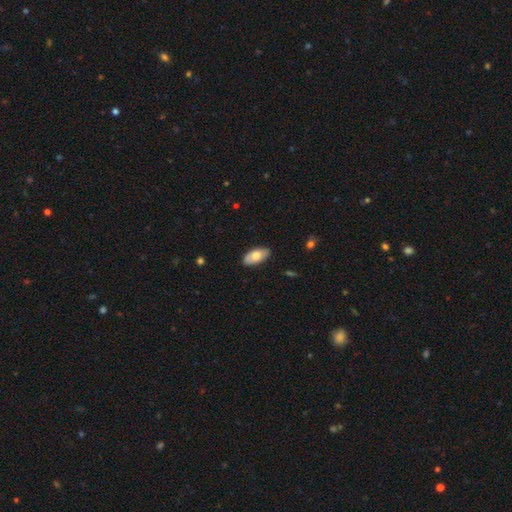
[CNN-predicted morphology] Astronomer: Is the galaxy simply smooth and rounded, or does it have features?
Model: smooth — 67%.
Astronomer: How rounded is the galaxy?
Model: in between — 94%.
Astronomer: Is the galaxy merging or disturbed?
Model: none — 85%.